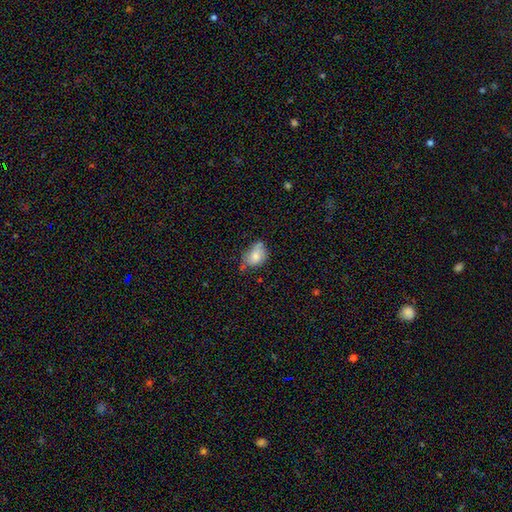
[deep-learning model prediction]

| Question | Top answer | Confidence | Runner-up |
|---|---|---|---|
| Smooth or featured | smooth | 73% | featured or disk (18%) |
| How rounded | in between | 73% | round (25%) |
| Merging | minor disturbance | 41% | none (39%) |